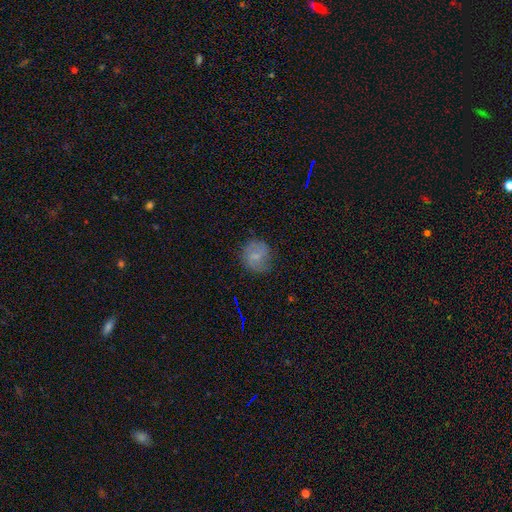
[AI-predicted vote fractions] Smooth or featured: smooth — 56% (featured or disk — 35%)
How rounded: round — 84% (in between — 15%)
Merging: none — 73% (minor disturbance — 19%)